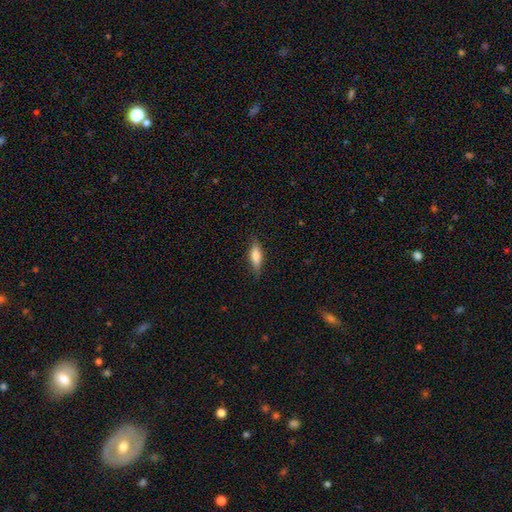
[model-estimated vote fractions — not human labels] Q: Smooth or featured?
A: smooth (76%); runner-up: featured or disk (18%)
Q: How rounded?
A: in between (51%); runner-up: cigar-shaped (46%)
Q: Merging?
A: none (82%); runner-up: minor disturbance (14%)